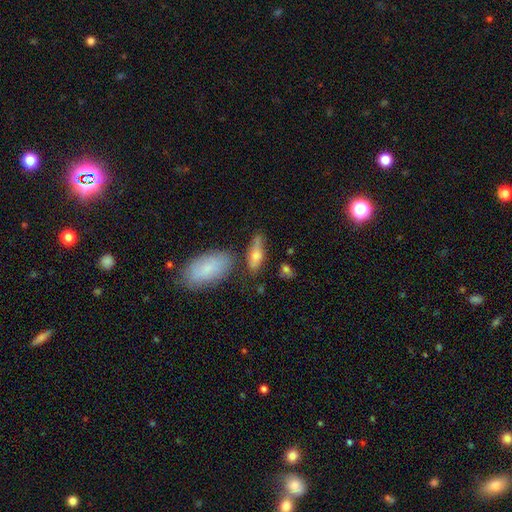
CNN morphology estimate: smooth_or_featured: smooth (p=0.63) [alt: featured or disk p=0.29]
how_rounded: in between (p=0.62) [alt: cigar-shaped p=0.34]
merging: none (p=0.58) [alt: minor disturbance p=0.23]